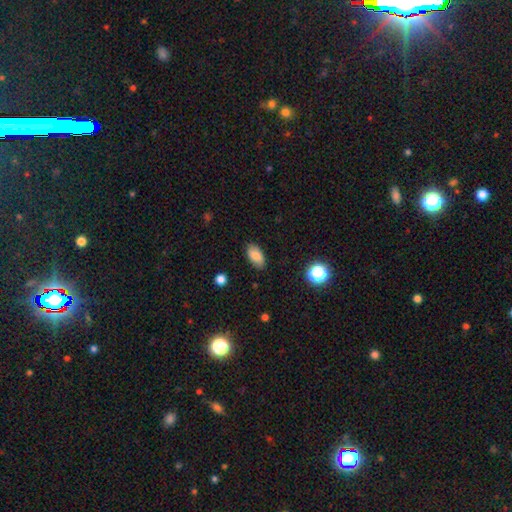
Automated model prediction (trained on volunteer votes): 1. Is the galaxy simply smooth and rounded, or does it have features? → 81% smooth, 10% featured or disk, 9% star or artifact.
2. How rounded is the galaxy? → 92% in between, 5% round, 3% cigar-shaped.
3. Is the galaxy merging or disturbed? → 84% none, 12% minor disturbance, 2% major disturbance, 1% merger.